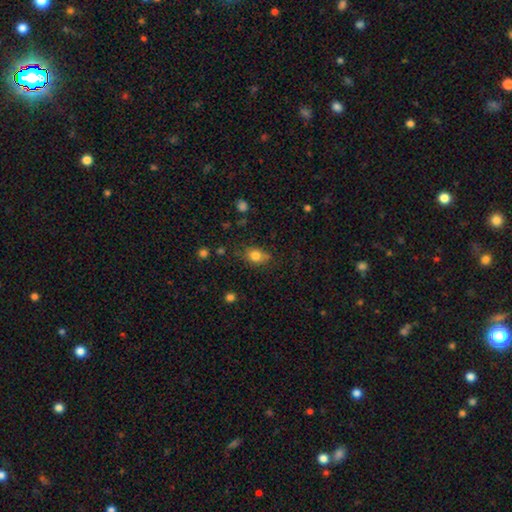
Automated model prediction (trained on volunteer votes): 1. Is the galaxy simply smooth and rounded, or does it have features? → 80% smooth, 11% star or artifact, 9% featured or disk.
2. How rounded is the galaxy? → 55% in between, 43% round, 2% cigar-shaped.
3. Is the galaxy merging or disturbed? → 71% none, 21% minor disturbance, 5% major disturbance, 3% merger.